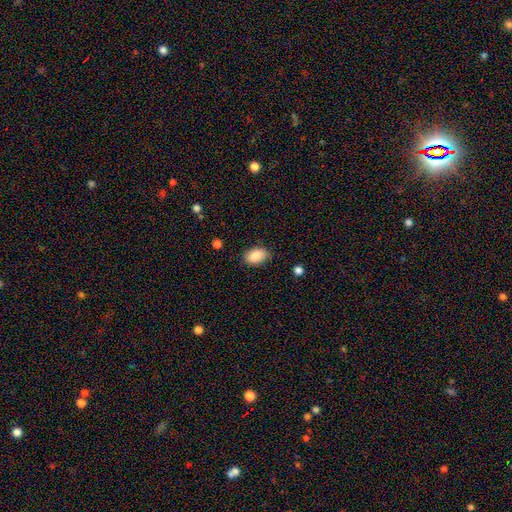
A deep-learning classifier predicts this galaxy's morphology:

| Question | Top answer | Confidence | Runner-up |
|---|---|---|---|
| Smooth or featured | smooth | 86% | star or artifact (7%) |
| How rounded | in between | 89% | round (10%) |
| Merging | none | 79% | minor disturbance (16%) |